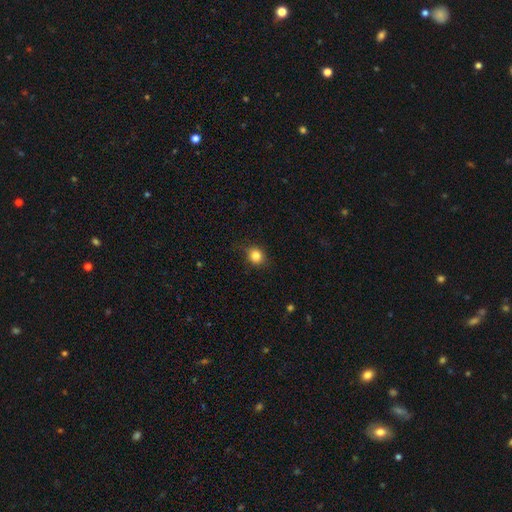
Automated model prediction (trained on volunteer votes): A smooth galaxy with no disk features (83%) that is round (72%). Merging: none (79%).